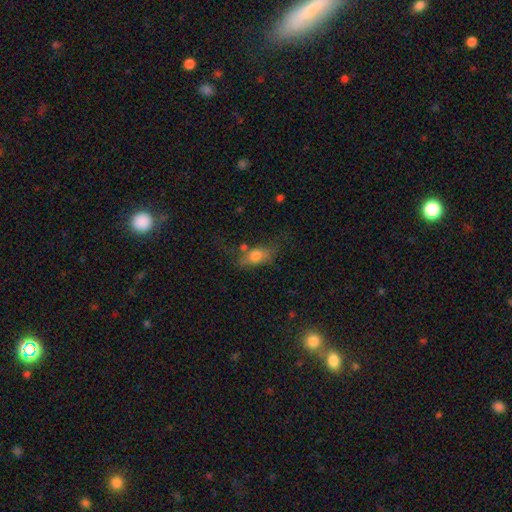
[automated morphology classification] A smooth galaxy with no disk features (68%) that is in between round and cigar-shaped (76%).

Vote fractions:
- Smooth or featured? smooth: 68% / featured or disk: 22% / star or artifact: 10%
- How rounded? in between: 76% / round: 13% / cigar-shaped: 12%
- Merging? none: 44% / minor disturbance: 25% / major disturbance: 21% / merger: 10%